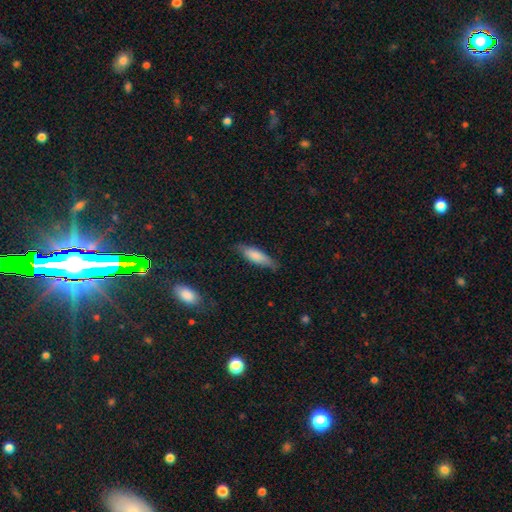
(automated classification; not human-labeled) Morphology: type=smooth (78%); roundness=cigar-shaped (55%); merging=none (75%).